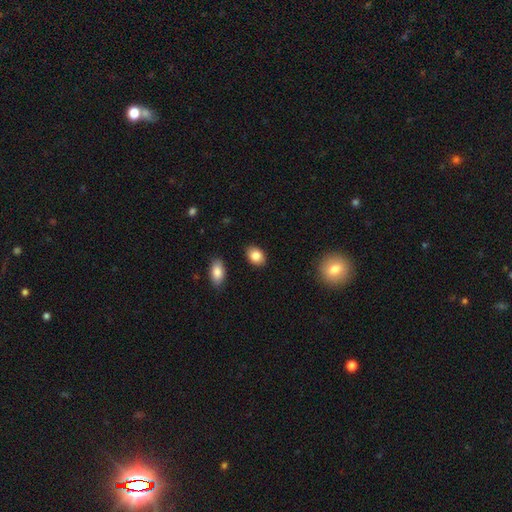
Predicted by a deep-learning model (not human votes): This appears to be a smooth galaxy with no disk features (85%) that is in between round and cigar-shaped (77%). Merging: none (87%).